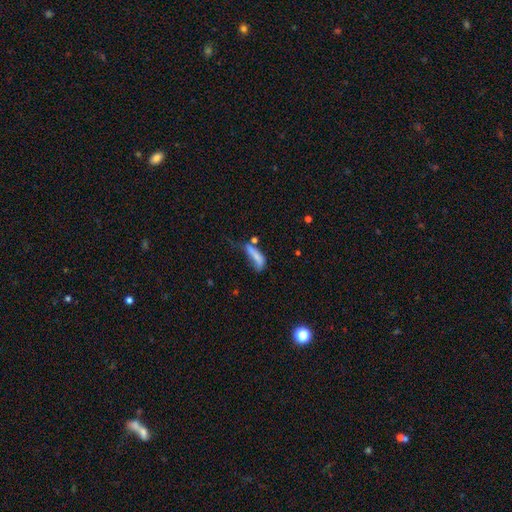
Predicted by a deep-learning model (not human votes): A smooth galaxy with no disk features (68%) that is cigar-shaped (58%).

Vote fractions:
- Smooth or featured? smooth: 68% / featured or disk: 21% / star or artifact: 11%
- How rounded? cigar-shaped: 58% / in between: 39% / round: 3%
- Merging? major disturbance: 32% / none: 26% / minor disturbance: 24% / merger: 18%